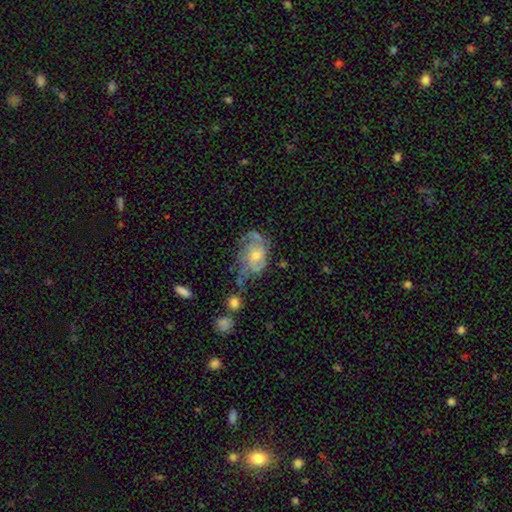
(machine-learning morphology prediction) This appears to be a featured or disk galaxy (71%) with no bar (72%), medium (42%) spiral arms (81%) and a small central bulge (50%). Merging: none (41%).